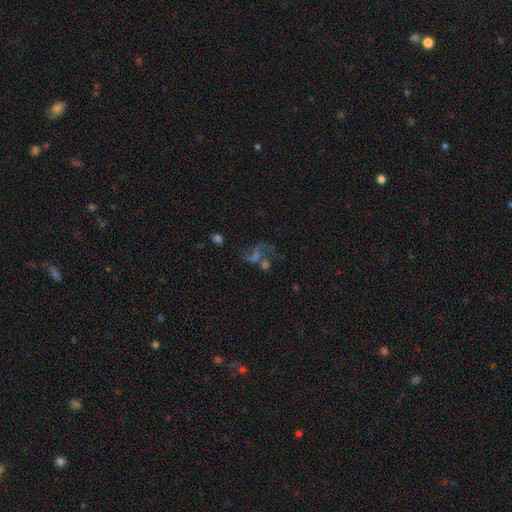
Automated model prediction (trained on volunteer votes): Morphology: type=featured or disk (51%); edge-on=no (96%); merging=none (39%).